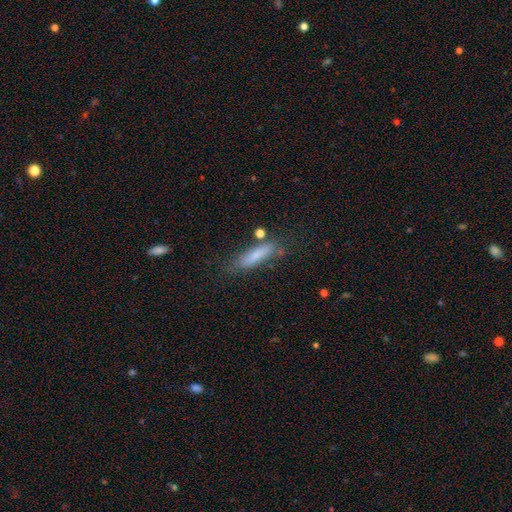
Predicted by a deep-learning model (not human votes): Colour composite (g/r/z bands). It shows a smooth galaxy with no disk features (72%) that is cigar-shaped (79%). Merging: none (72%).